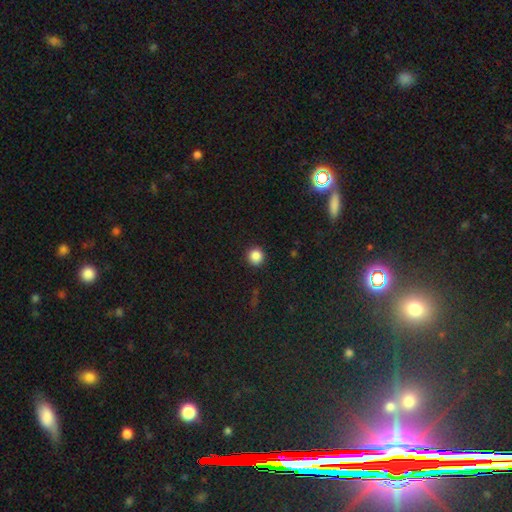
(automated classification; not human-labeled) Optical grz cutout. It shows a smooth galaxy with no disk features (86%) that is round (94%). Merging: none (92%).